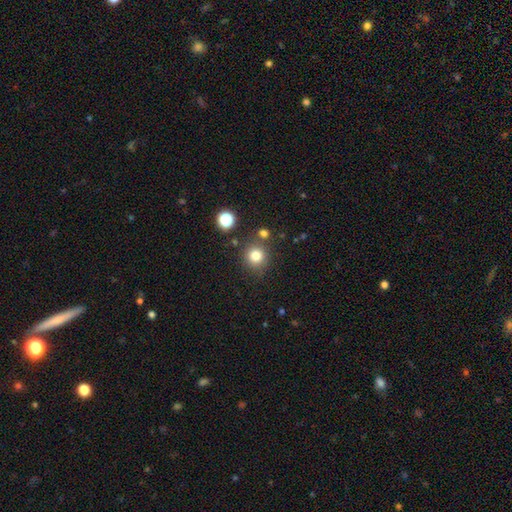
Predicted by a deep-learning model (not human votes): smooth-or-featured: smooth: 80% | star or artifact: 14% | featured or disk: 6%
  how-rounded: round: 91% | in between: 8% | cigar-shaped: 1%
  merging: none: 79% | minor disturbance: 9% | merger: 8% | major disturbance: 3%